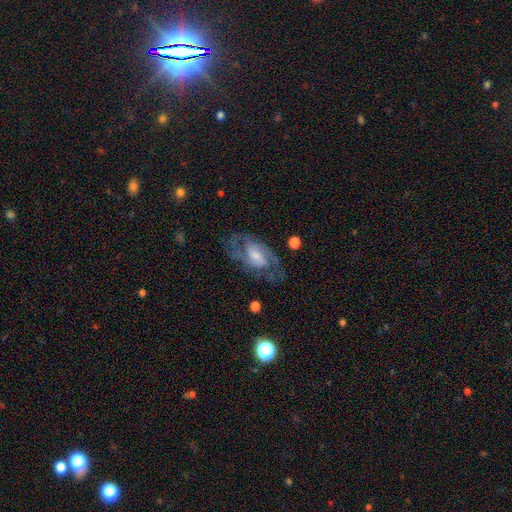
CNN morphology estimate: A featured or disk galaxy (80%) with a weak bar (48%), 2 (59%) medium (51%) spiral arms (92%) and a small central bulge (40%). Merging: none (69%).